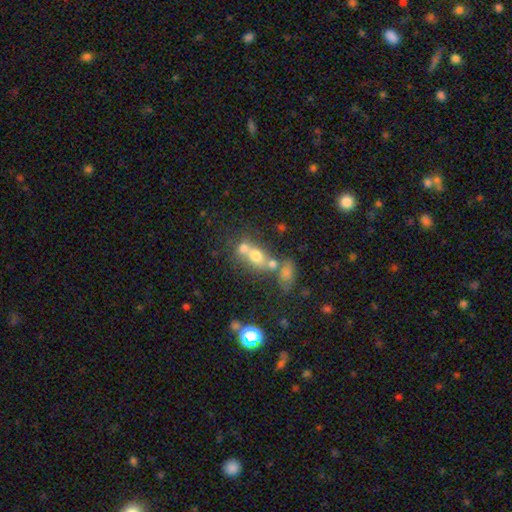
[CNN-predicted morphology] Smooth or featured: smooth — 62% (featured or disk — 22%)
How rounded: in between — 50% (round — 46%)
Merging: merger — 54% (none — 30%)